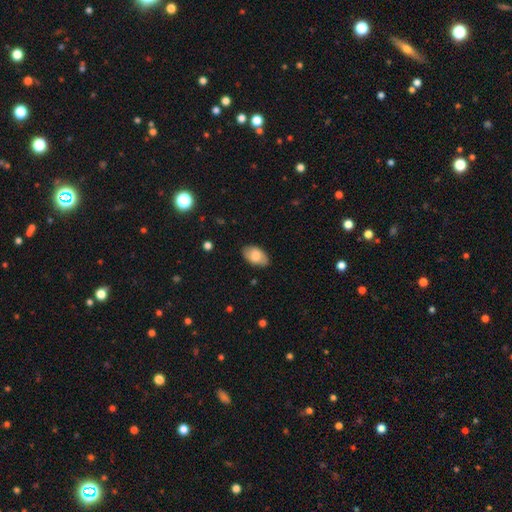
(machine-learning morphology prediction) Q: Smooth or featured?
A: smooth (78%); runner-up: featured or disk (16%)
Q: How rounded?
A: in between (94%); runner-up: round (5%)
Q: Merging?
A: none (83%); runner-up: minor disturbance (13%)